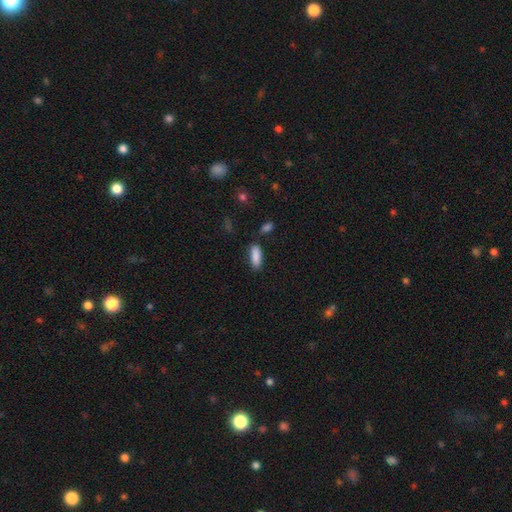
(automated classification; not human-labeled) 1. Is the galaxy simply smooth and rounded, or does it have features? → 88% smooth, 7% star or artifact, 5% featured or disk.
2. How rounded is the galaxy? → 69% in between, 29% cigar-shaped, 2% round.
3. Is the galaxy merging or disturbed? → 82% none, 11% minor disturbance, 4% merger, 3% major disturbance.